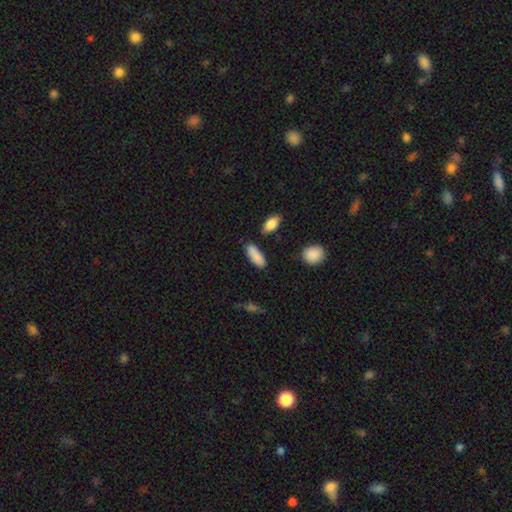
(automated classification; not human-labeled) smooth_or_featured: smooth (p=0.87) [alt: star or artifact p=0.07]
how_rounded: in between (p=0.69) [alt: cigar-shaped p=0.29]
merging: none (p=0.78) [alt: minor disturbance p=0.14]